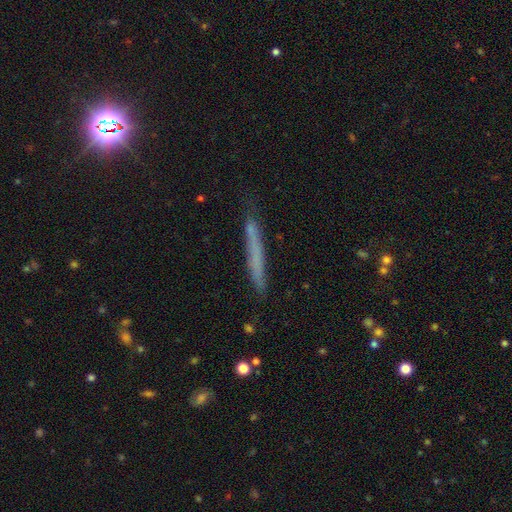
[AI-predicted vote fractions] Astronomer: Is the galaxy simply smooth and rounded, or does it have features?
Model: smooth — 57% (runner-up: featured or disk, 32%).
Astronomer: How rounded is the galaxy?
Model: cigar-shaped — 96%.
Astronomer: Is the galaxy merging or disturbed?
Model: none — 79%.